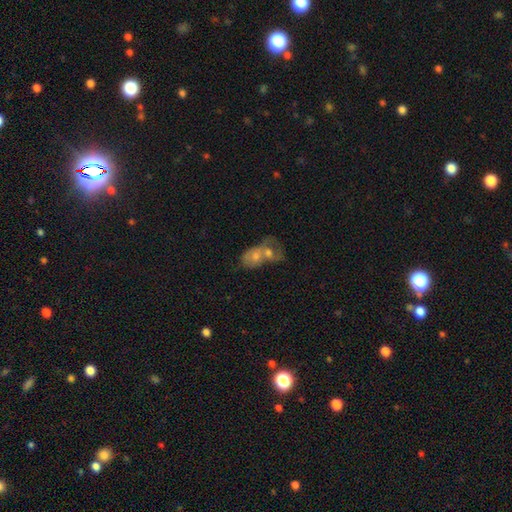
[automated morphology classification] smooth_or_featured: featured or disk (p=0.43) [tied with: smooth p=0.43]
merging: merger (p=0.68) [alt: none p=0.18]